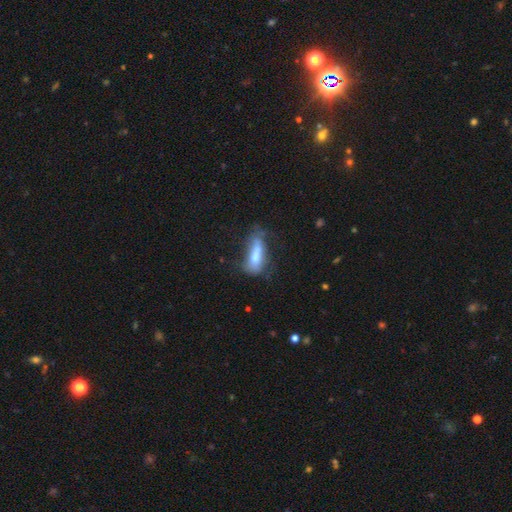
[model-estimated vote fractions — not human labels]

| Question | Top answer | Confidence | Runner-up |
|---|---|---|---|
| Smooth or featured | smooth | 65% | featured or disk (27%) |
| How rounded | in between | 56% | cigar-shaped (42%) |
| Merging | none | 34% | major disturbance (31%) |